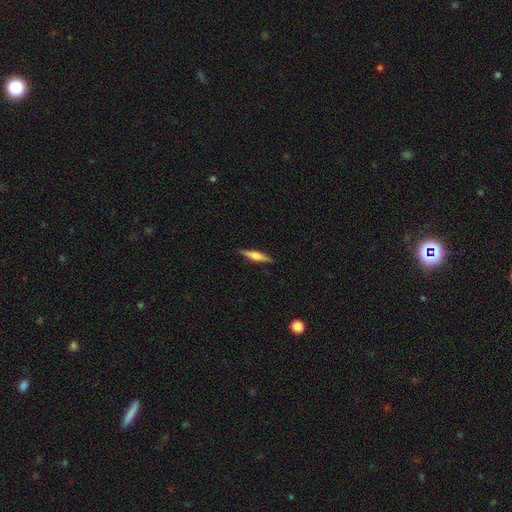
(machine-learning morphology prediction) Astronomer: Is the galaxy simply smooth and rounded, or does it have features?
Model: featured or disk — 51% (runner-up: smooth, 43%).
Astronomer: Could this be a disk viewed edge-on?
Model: yes — 96%.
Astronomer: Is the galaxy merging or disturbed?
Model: none — 89%.